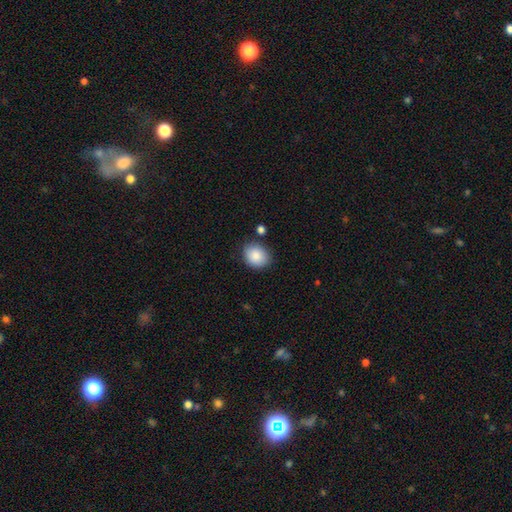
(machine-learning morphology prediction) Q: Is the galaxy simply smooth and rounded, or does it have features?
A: smooth — 87%.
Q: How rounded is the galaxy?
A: round — 55%.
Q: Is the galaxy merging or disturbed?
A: none — 80%.